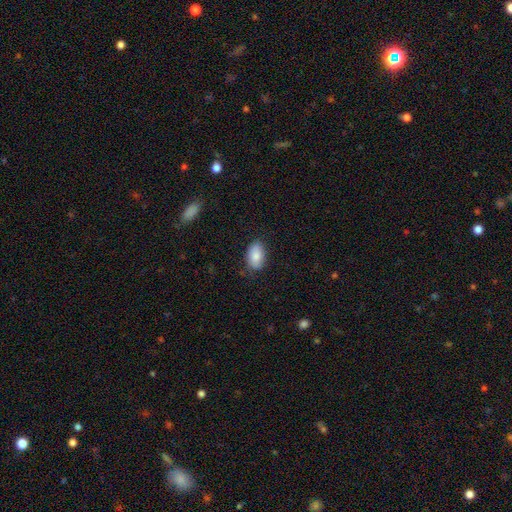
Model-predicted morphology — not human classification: Q: Smooth or featured?
A: smooth (84%); runner-up: featured or disk (10%)
Q: How rounded?
A: in between (91%); runner-up: round (7%)
Q: Merging?
A: none (75%); runner-up: minor disturbance (20%)